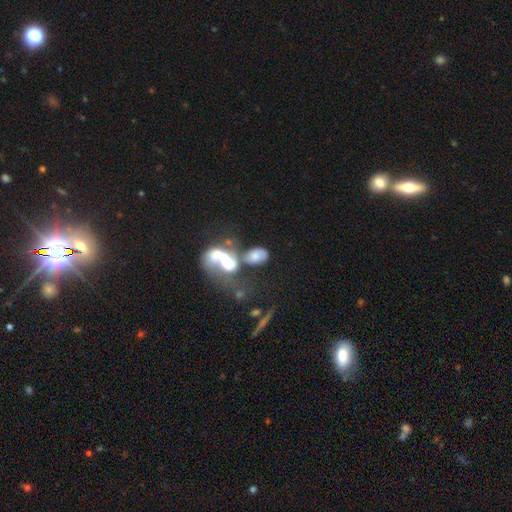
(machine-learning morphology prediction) A smooth galaxy with no disk features (49%). Merging: merger (55%).